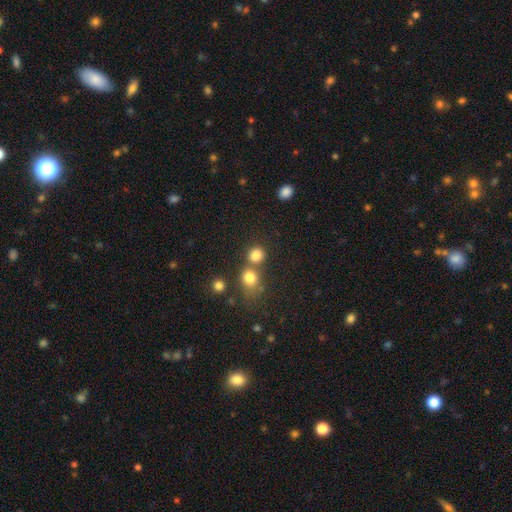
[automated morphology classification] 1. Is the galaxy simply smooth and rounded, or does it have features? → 81% smooth, 13% star or artifact, 6% featured or disk.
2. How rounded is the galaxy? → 80% round, 19% in between, 1% cigar-shaped.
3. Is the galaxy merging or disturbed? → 57% none, 31% merger, 8% minor disturbance, 4% major disturbance.